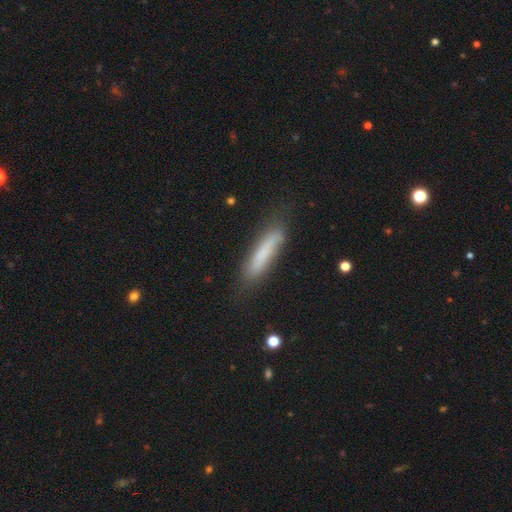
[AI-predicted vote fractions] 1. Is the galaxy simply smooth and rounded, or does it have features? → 63% smooth, 26% featured or disk, 11% star or artifact.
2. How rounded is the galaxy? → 85% cigar-shaped, 13% in between, 1% round.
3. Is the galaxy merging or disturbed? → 78% none, 16% minor disturbance, 4% major disturbance, 2% merger.